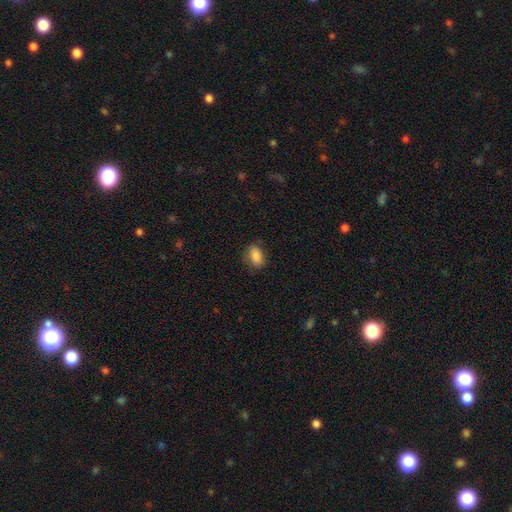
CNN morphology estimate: The model was most divided on "merging": none: 82%, minor disturbance: 14%, major disturbance: 3%, merger: 1%. More confident: how rounded — in between (87%); smooth or featured — smooth (86%).